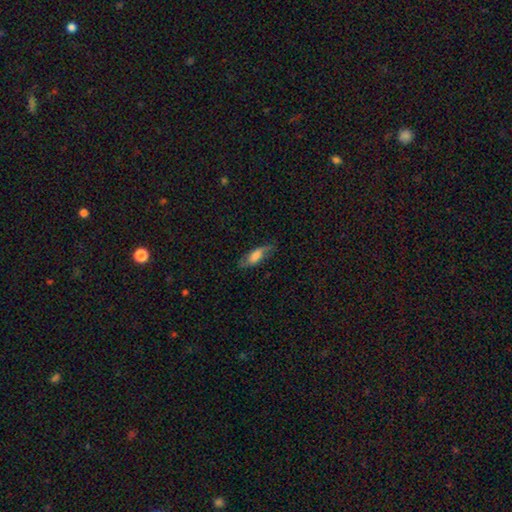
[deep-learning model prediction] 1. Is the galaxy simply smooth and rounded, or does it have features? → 57% smooth, 36% featured or disk, 8% star or artifact.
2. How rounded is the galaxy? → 70% in between, 27% cigar-shaped, 3% round.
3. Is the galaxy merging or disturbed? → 66% none, 23% minor disturbance, 9% major disturbance, 2% merger.